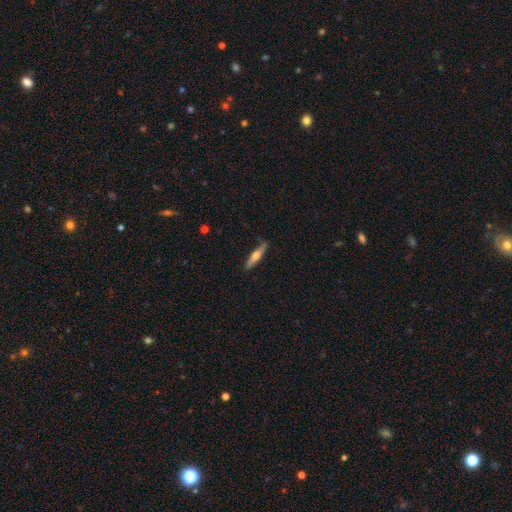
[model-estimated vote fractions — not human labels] Smooth or featured?
  - smooth: 48% *
  - featured or disk: 47%
  - star or artifact: 5%
Merging?
  - none: 81% *
  - minor disturbance: 15%
  - major disturbance: 2%
  - merger: 2%